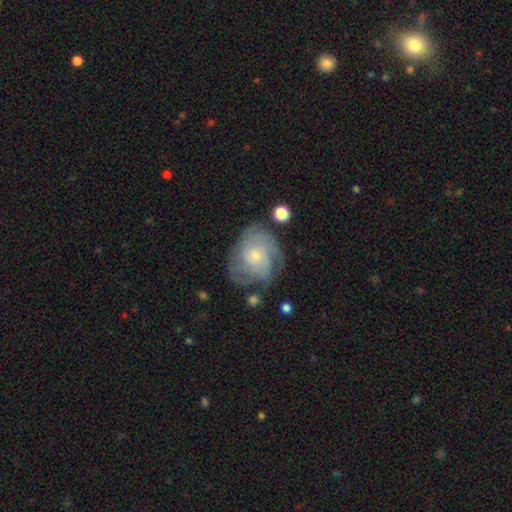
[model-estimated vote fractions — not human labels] smooth_or_featured: featured or disk (p=0.70) [alt: smooth p=0.23]
disk_edge_on: no (p=0.97) [alt: yes p=0.03]
bar: no (p=0.80) [alt: weak p=0.17]
has_spiral_arms: yes (p=0.87) [alt: no p=0.13]
spiral_winding: tight (p=0.56) [alt: medium p=0.32]
spiral_arm_count: can't tell (p=0.42) [alt: 3 p=0.19]
bulge_size: small (p=0.75) [alt: moderate p=0.20]
merging: none (p=0.61) [alt: minor disturbance p=0.22]